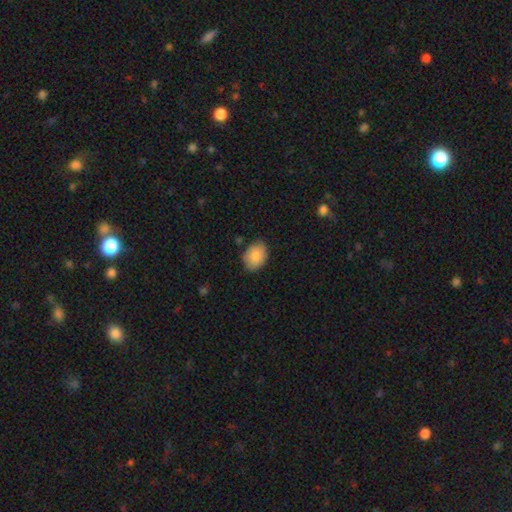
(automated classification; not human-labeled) This appears to be a smooth galaxy with no disk features (83%) that is in between round and cigar-shaped (70%). Merging: none (77%).